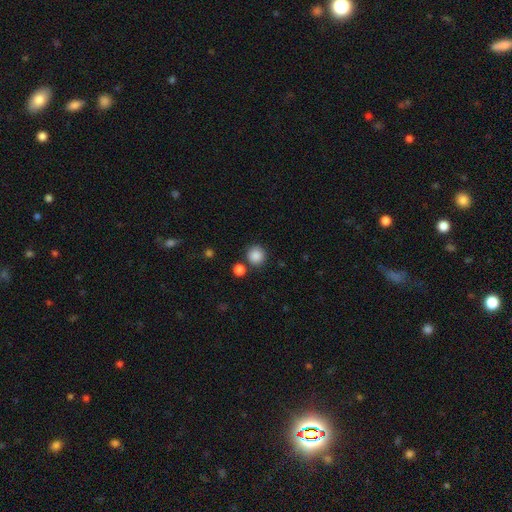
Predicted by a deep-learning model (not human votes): Smooth or featured? Predicted: smooth (p=0.87). How rounded? Predicted: round (p=0.92). Merging? Predicted: none (p=0.82).